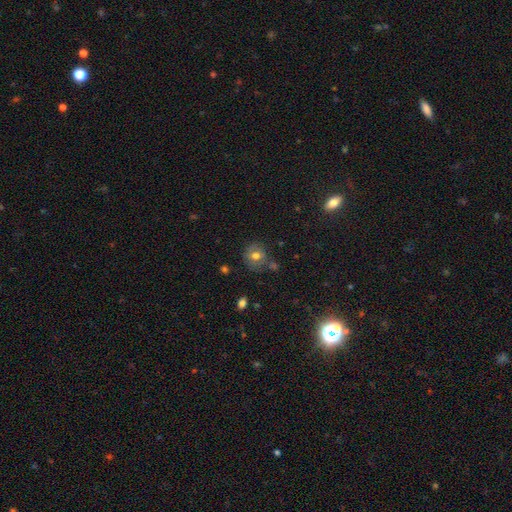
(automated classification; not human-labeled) Smooth or featured? smooth (69%)
How rounded? round (80%)
Merging? none (70%)